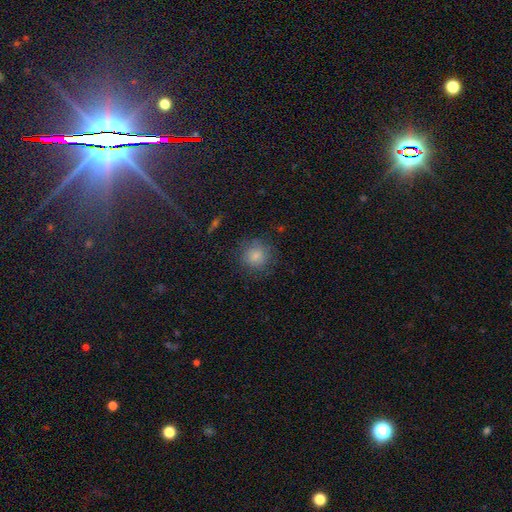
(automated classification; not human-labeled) A smooth galaxy with no disk features (82%) that is round (90%). Merging: none (80%).